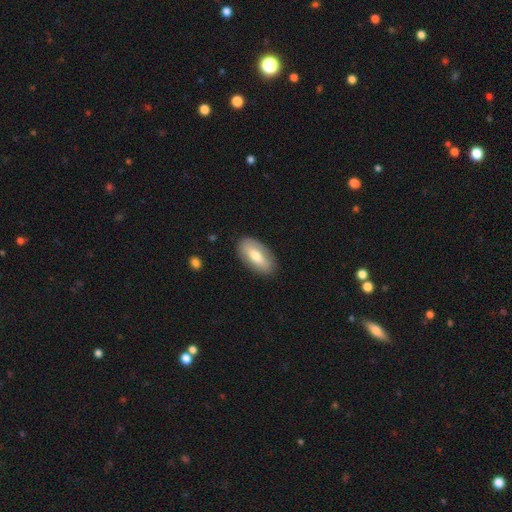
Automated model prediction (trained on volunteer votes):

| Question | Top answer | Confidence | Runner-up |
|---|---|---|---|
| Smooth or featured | smooth | 61% | featured or disk (34%) |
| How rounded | in between | 90% | cigar-shaped (7%) |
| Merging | none | 85% | minor disturbance (11%) |